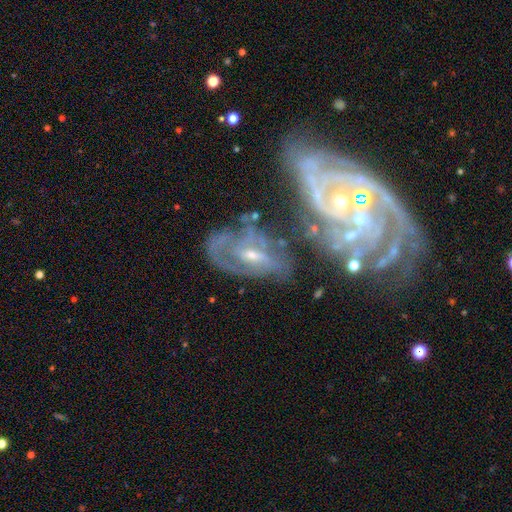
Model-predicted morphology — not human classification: A featured or disk galaxy (78%) with no bar (48%), tight (54%) spiral arms (85%) and a small central bulge (49%). Merging: merger (36%).